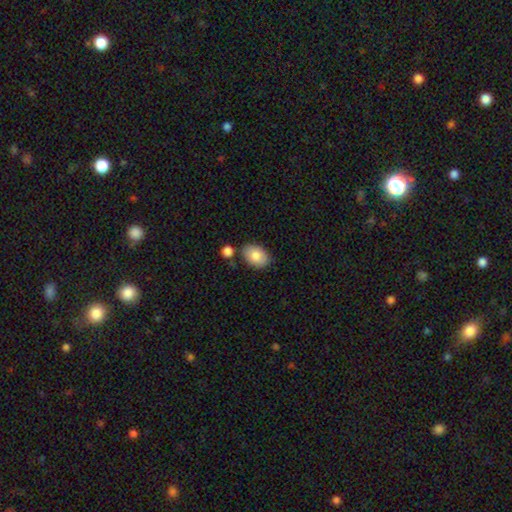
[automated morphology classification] A smooth galaxy with no disk features (83%) that is in between round and cigar-shaped (84%). Merging: none (74%).